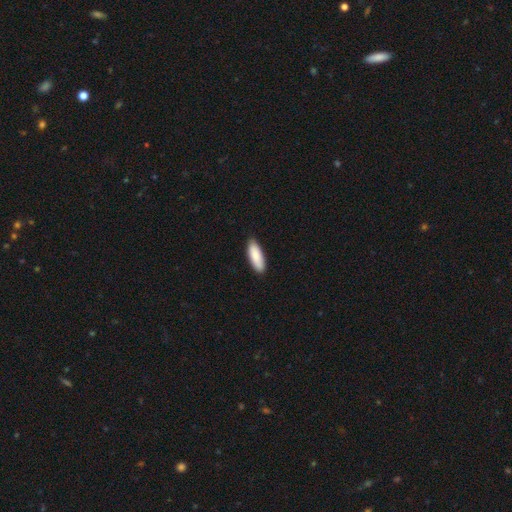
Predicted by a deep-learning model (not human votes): Smooth or featured? smooth (88%)
How rounded? in between (65%)
Merging? none (87%)